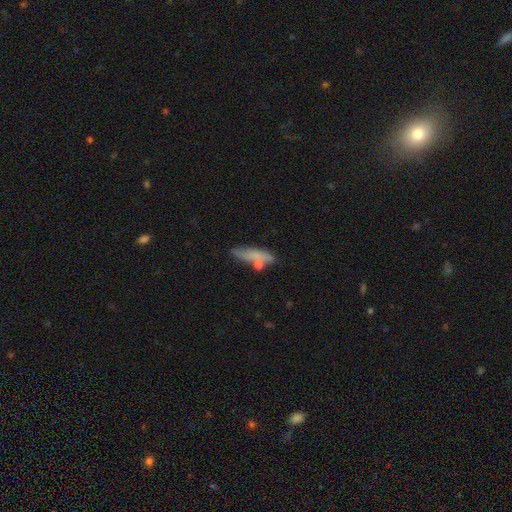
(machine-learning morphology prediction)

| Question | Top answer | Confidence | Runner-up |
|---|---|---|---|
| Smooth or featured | smooth | 63% | featured or disk (29%) |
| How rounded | cigar-shaped | 66% | in between (30%) |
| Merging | none | 64% | minor disturbance (20%) |